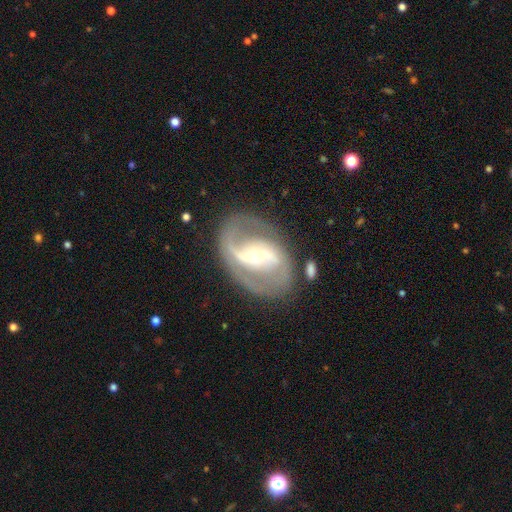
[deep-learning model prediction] Overall: featured or disk (88%). Edge-on disk: no (96%). Bar: strong (43%; weak 33%). Spiral arms: yes (93%). Spiral arm count: 2 (90%). Spiral winding: medium (50%; loose 31%). Bulge size: small (54%; moderate 41%). Merging: none (77%).